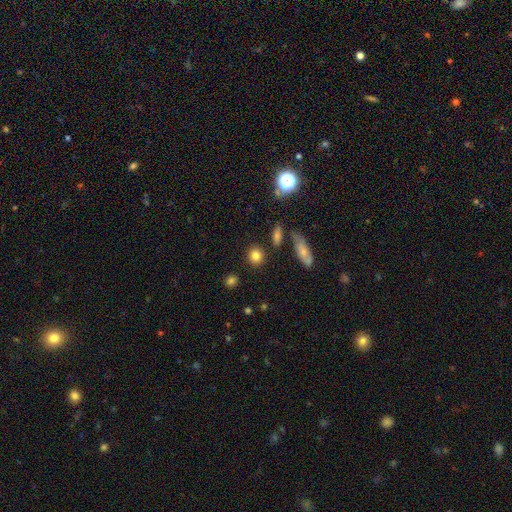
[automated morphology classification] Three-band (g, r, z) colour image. It shows a smooth galaxy with no disk features (82%) that is round (79%). Merging: none (86%).